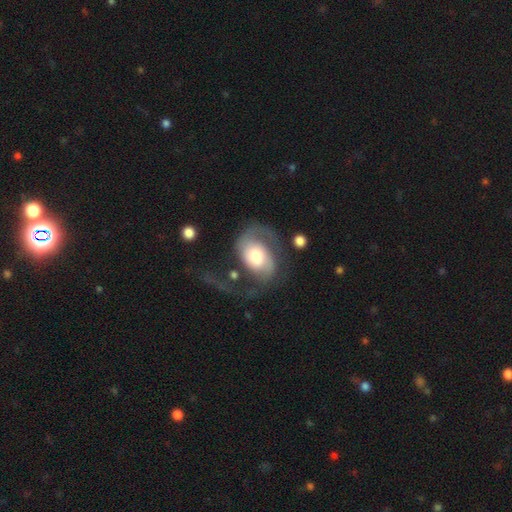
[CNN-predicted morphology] smooth_or_featured: featured or disk (p=0.70) [alt: smooth p=0.24]
disk_edge_on: no (p=0.97) [alt: yes p=0.03]
bar: no (p=0.67) [alt: weak p=0.26]
has_spiral_arms: yes (p=0.88) [alt: no p=0.12]
spiral_winding: medium (p=0.39) [alt: loose p=0.38]
spiral_arm_count: 2 (p=0.64) [alt: 1 p=0.23]
bulge_size: moderate (p=0.55) [alt: large p=0.29]
merging: major disturbance (p=0.44) [alt: none p=0.34]